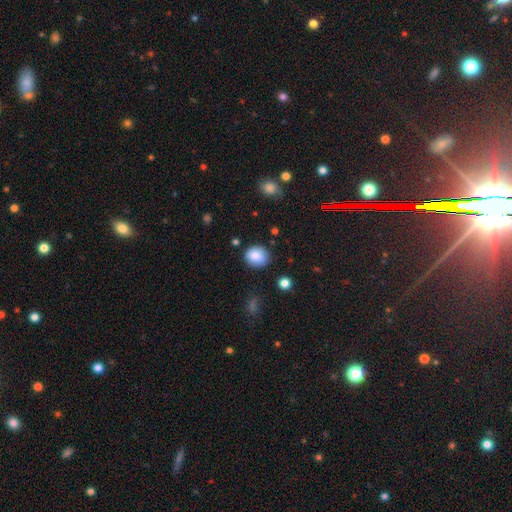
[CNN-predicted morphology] Smooth or featured? Predicted: smooth (p=0.85). How rounded? Predicted: round (p=0.69). Merging? Predicted: none (p=0.81).